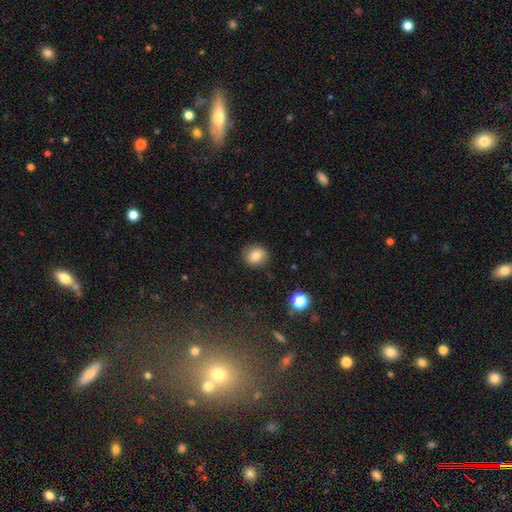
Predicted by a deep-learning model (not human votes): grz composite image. It shows a smooth galaxy with no disk features (81%) that is round (75%). Merging: none (86%).